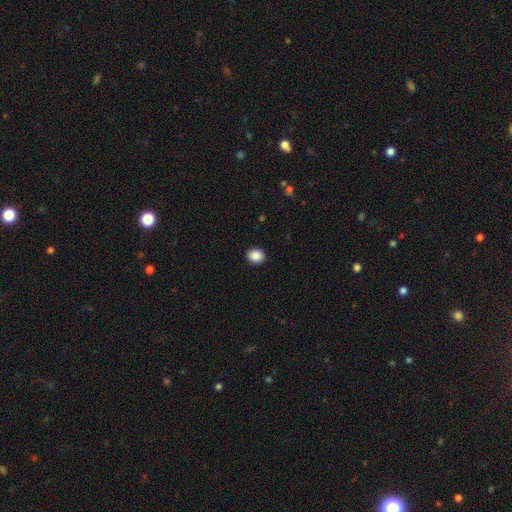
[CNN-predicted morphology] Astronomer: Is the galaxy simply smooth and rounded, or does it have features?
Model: smooth — 89%.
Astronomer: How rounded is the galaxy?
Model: round — 61% (runner-up: in between, 38%).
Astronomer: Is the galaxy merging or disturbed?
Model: none — 91%.